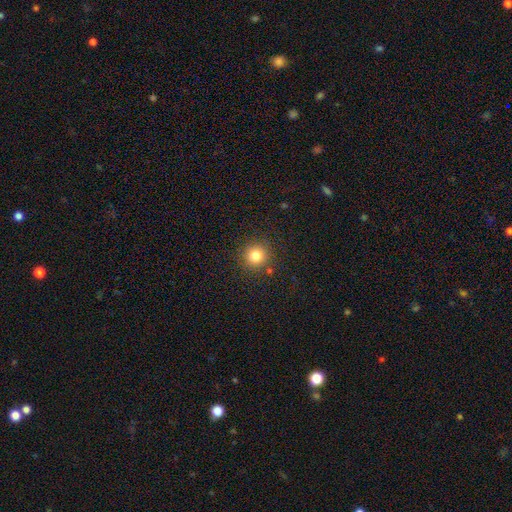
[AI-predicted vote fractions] The model was most divided on "smooth or featured": smooth: 81%, star or artifact: 13%, featured or disk: 6%. More confident: how rounded — round (94%); merging — none (89%).